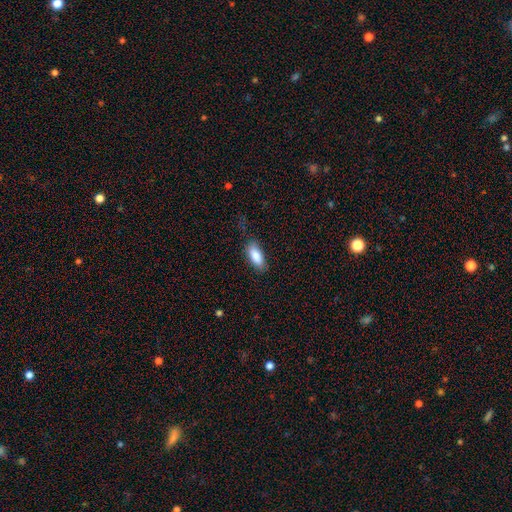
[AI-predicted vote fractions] Smooth or featured: smooth — 86% (featured or disk — 8%)
How rounded: in between — 82% (cigar-shaped — 16%)
Merging: none — 80% (minor disturbance — 15%)